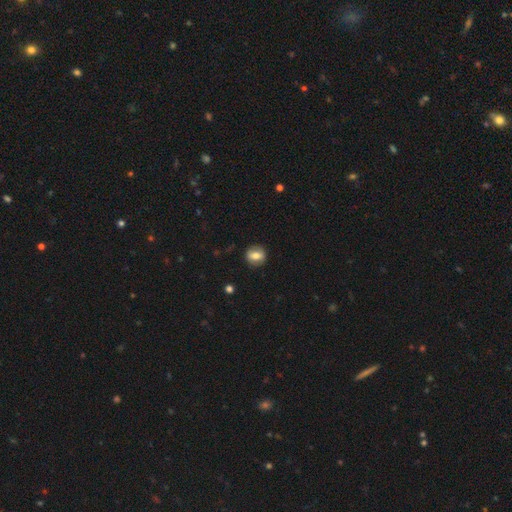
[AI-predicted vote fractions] A smooth galaxy with no disk features (64%) that is round (68%). Merging: none (86%).